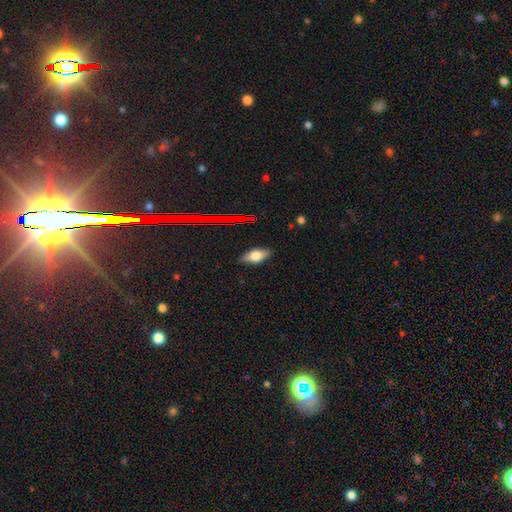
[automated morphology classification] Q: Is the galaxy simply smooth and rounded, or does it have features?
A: smooth — 64%.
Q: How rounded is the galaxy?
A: in between — 83%.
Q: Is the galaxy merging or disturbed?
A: none — 84%.